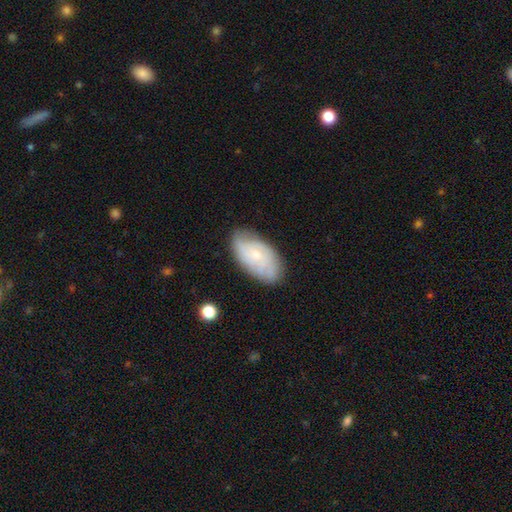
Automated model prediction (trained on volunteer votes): This appears to be a featured or disk galaxy (57%) with no bar (78%), spiral arms (82%) and a small central bulge (71%). Merging: none (74%).